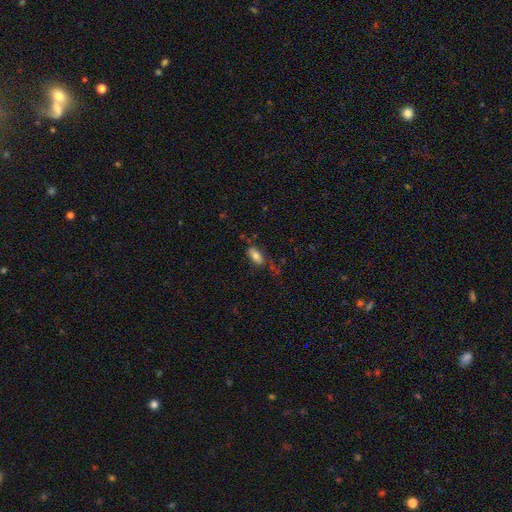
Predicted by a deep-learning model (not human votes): A smooth galaxy with no disk features (78%) that is in between round and cigar-shaped (87%). Merging: none (66%).